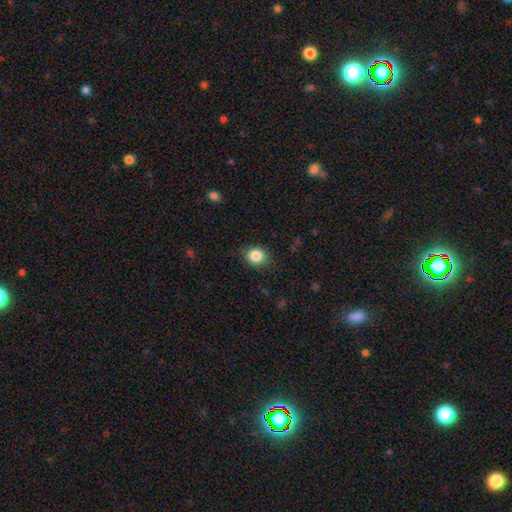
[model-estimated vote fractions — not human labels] Smooth or featured? smooth (85%)
How rounded? round (68%)
Merging? none (82%)